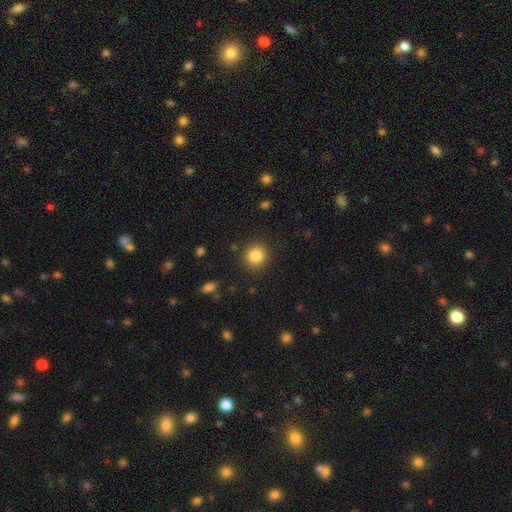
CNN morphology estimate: smooth-or-featured: smooth: 85% | star or artifact: 10% | featured or disk: 5%
  how-rounded: round: 90% | in between: 9% | cigar-shaped: 1%
  merging: none: 89% | minor disturbance: 7% | major disturbance: 3% | merger: 1%